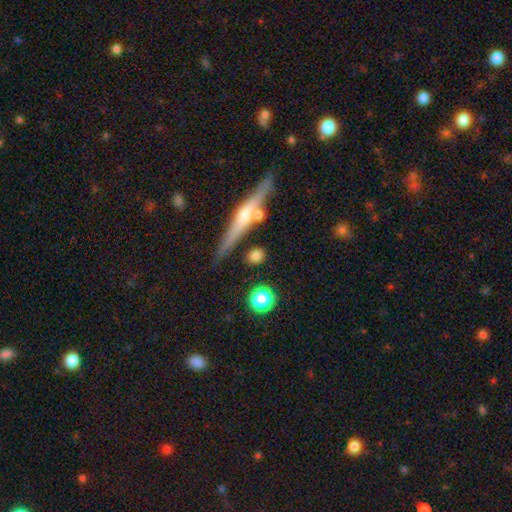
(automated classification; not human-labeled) Smooth or featured? smooth (69%)
How rounded? round (62%)
Merging? none (81%)